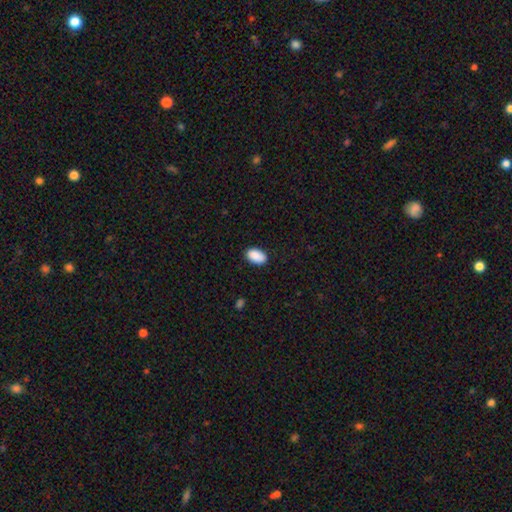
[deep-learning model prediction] A smooth galaxy with no disk features (90%) that is in between round and cigar-shaped (93%).

Vote fractions:
- Smooth or featured? smooth: 90% / star or artifact: 7% / featured or disk: 3%
- How rounded? in between: 93% / round: 5% / cigar-shaped: 1%
- Merging? none: 85% / minor disturbance: 11% / major disturbance: 2% / merger: 1%